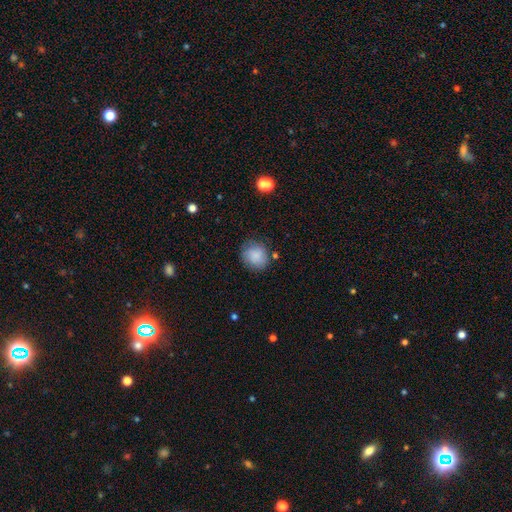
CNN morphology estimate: smooth 86%, star or artifact 8%, featured or disk 5%. Down the decision tree: how rounded — round (82%); merging — none (80%).